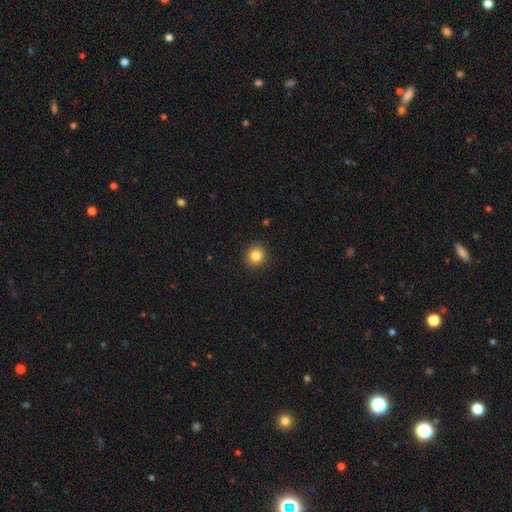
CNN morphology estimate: A smooth galaxy with no disk features (84%) that is round (90%). Merging: none (92%).